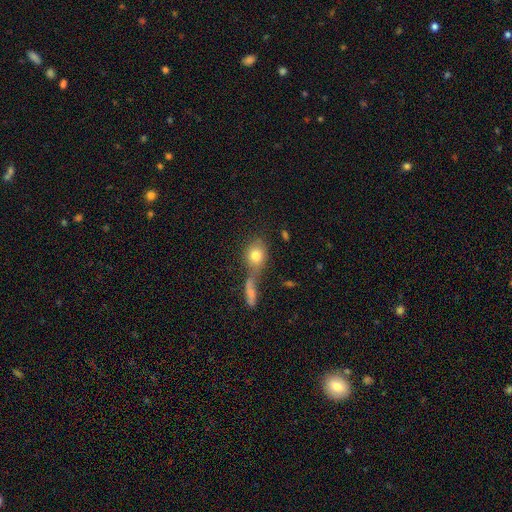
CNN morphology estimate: Smooth or featured? smooth (78%)
How rounded? round (49%)
Merging? merger (47%)